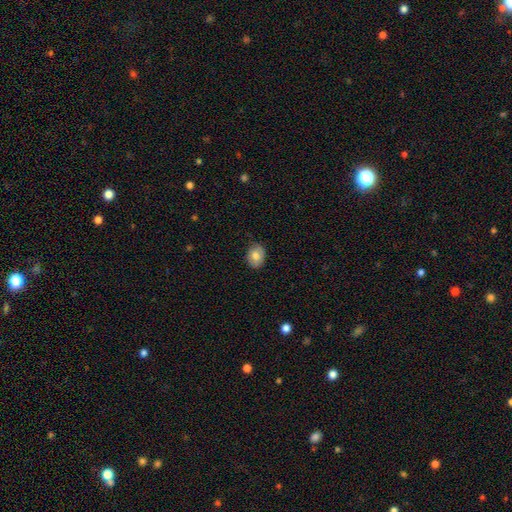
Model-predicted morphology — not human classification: Smooth or featured? Predicted: smooth (p=0.78). How rounded? Predicted: in between (p=0.64). Merging? Predicted: none (p=0.80).